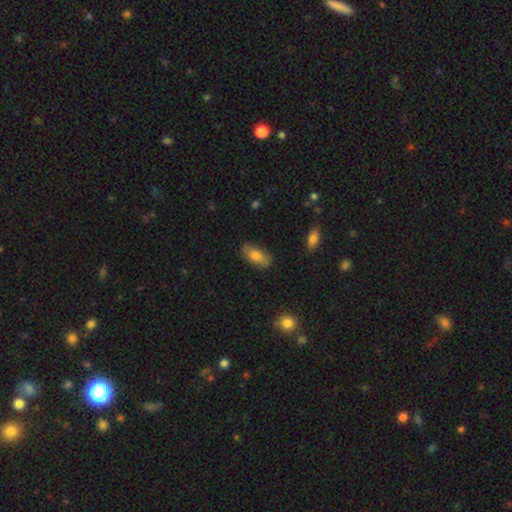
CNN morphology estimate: type=smooth (73%); roundness=in between (87%); merging=none (81%).